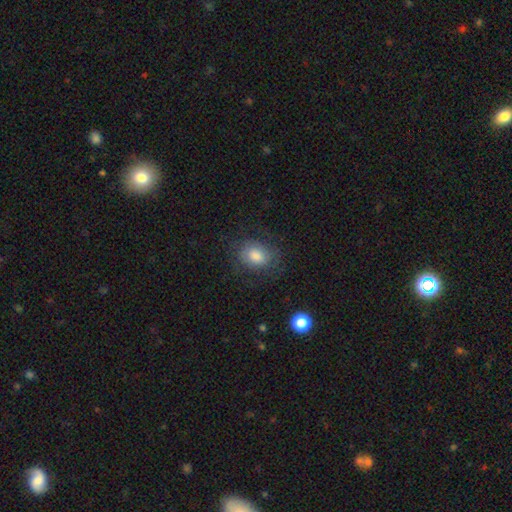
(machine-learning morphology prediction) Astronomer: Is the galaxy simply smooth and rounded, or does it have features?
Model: smooth — 71%.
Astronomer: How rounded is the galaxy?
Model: in between — 58% (runner-up: round, 41%).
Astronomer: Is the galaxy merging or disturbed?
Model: none — 74%.